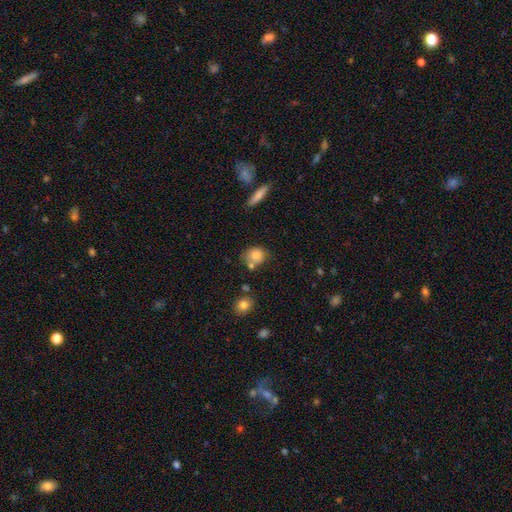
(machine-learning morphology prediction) Smooth or featured?
  - smooth: 80% *
  - featured or disk: 11%
  - star or artifact: 10%
How rounded?
  - round: 66% *
  - in between: 33%
  - cigar-shaped: 2%
Merging?
  - none: 54% *
  - merger: 21%
  - minor disturbance: 19%
  - major disturbance: 6%